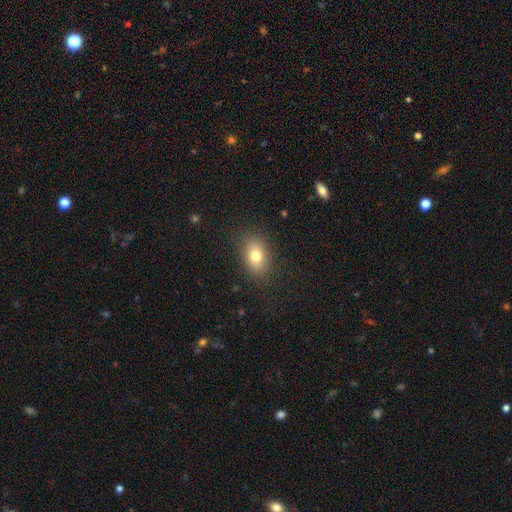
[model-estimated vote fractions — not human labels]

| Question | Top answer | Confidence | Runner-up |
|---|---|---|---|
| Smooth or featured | smooth | 77% | featured or disk (12%) |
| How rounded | in between | 78% | round (21%) |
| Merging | none | 86% | minor disturbance (10%) |